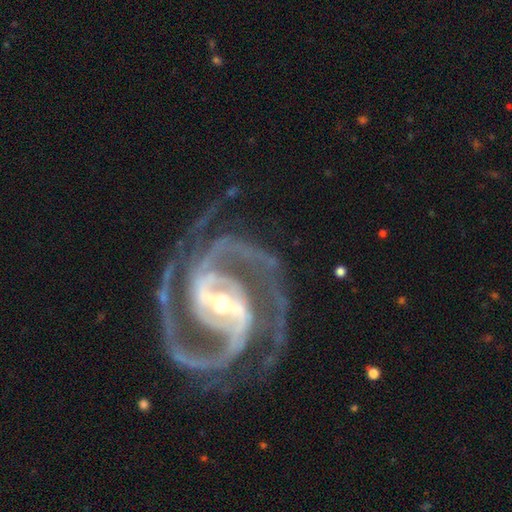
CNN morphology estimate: featured or disk 94%, star or artifact 4%, smooth 2%. Down the decision tree: edge-on disk — no (98%); bar — strong (67%); spiral arms — yes (99%); spiral arm count — 2 (71%); spiral winding — medium (52%); bulge size — small (49%); merging — none (75%).